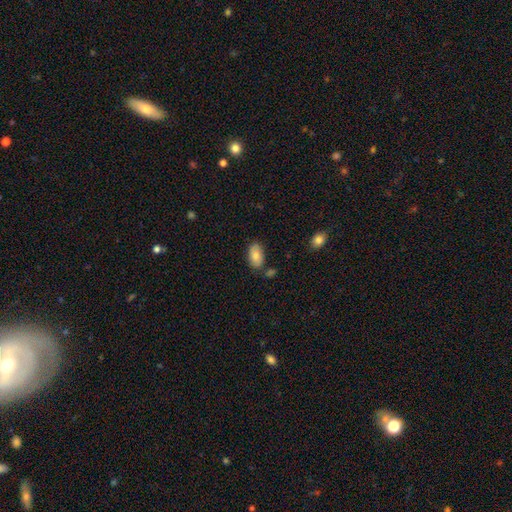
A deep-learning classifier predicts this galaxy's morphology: A smooth galaxy with no disk features (80%) that is in between round and cigar-shaped (93%). Merging: none (75%).